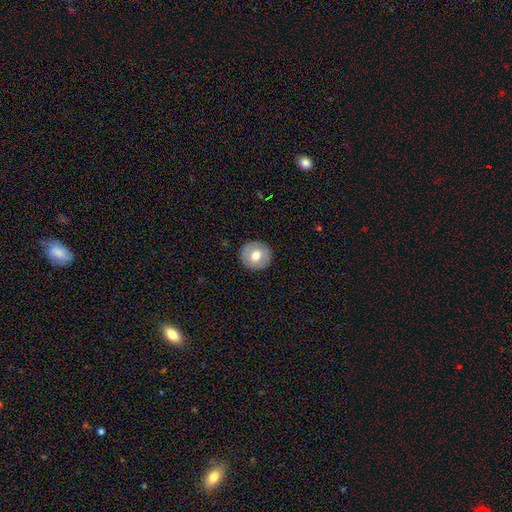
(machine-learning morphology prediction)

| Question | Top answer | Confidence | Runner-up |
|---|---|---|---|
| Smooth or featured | smooth | 68% | featured or disk (25%) |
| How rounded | round | 93% | in between (6%) |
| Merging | none | 90% | minor disturbance (7%) |